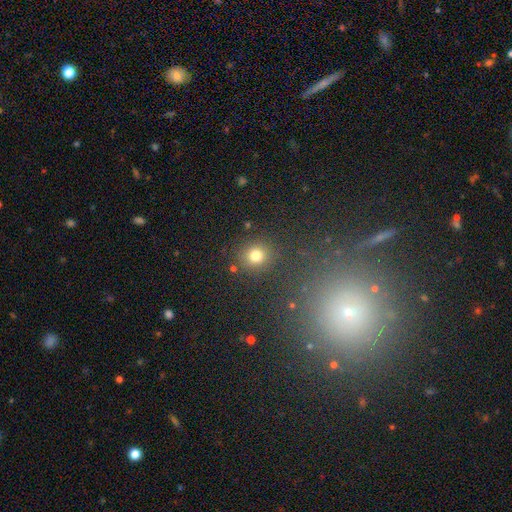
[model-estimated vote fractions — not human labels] A smooth galaxy with no disk features (76%) that is round (86%).

Vote fractions:
- Smooth or featured? smooth: 76% / star or artifact: 17% / featured or disk: 7%
- How rounded? round: 86% / in between: 12% / cigar-shaped: 1%
- Merging? none: 85% / minor disturbance: 8% / merger: 4% / major disturbance: 3%